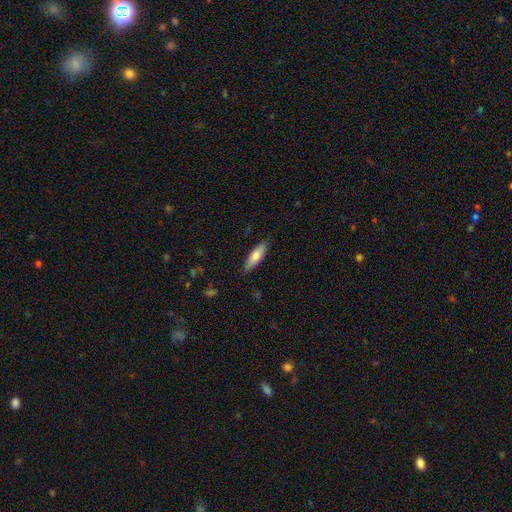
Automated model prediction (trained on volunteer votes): Q: Smooth or featured?
A: smooth (73%); runner-up: featured or disk (21%)
Q: How rounded?
A: in between (51%); runner-up: cigar-shaped (47%)
Q: Merging?
A: none (84%); runner-up: minor disturbance (13%)